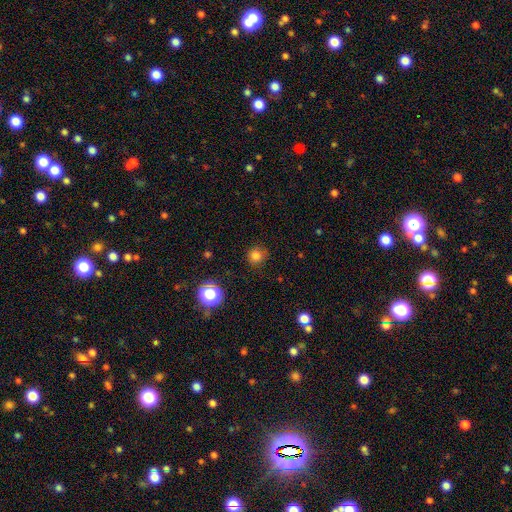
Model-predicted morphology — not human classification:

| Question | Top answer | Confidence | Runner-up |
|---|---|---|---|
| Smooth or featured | smooth | 79% | star or artifact (16%) |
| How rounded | round | 93% | in between (6%) |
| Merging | none | 82% | minor disturbance (13%) |